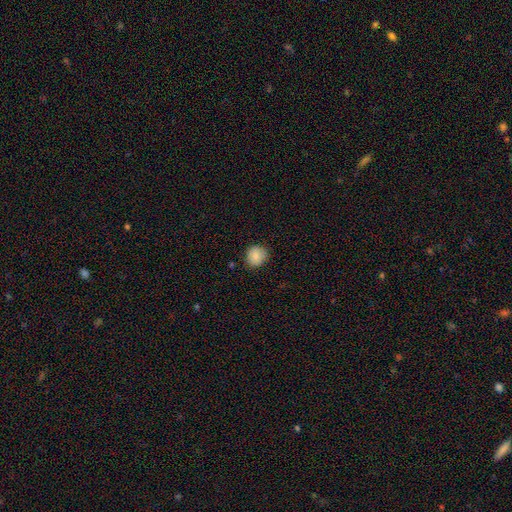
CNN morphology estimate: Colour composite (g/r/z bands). It shows a smooth galaxy with no disk features (86%) that is round (84%). Merging: none (85%).